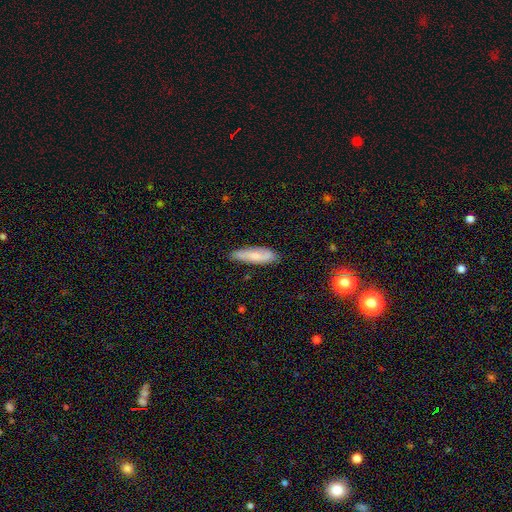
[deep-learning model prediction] This is likely a smooth galaxy (67%). How rounded: likely cigar-shaped (61%). Merging: likely none (79%).